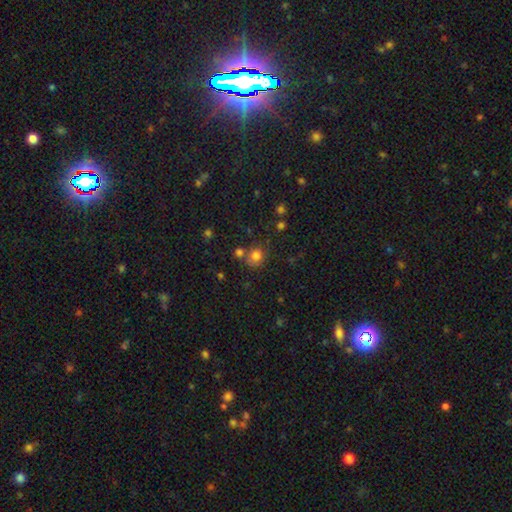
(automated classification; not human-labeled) Smooth or featured? smooth (78%)
How rounded? round (78%)
Merging? none (63%)